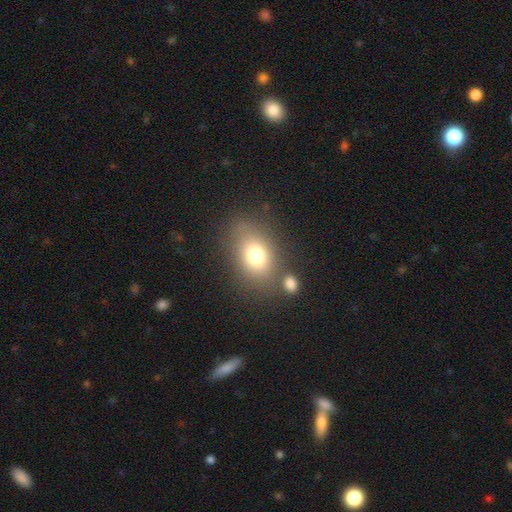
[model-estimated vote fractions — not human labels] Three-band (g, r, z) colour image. It shows a smooth galaxy with no disk features (76%) that is in between round and cigar-shaped (70%). Merging: none (70%).